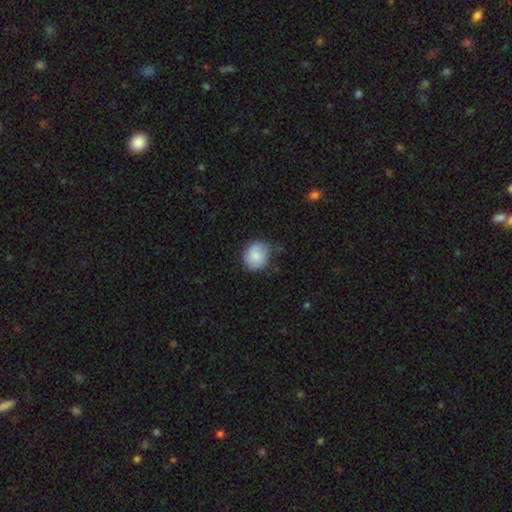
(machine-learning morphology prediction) Smooth or featured?
  - smooth: 81% *
  - featured or disk: 12%
  - star or artifact: 7%
How rounded?
  - round: 67% *
  - in between: 32%
  - cigar-shaped: 1%
Merging?
  - none: 66% *
  - minor disturbance: 26%
  - major disturbance: 5%
  - merger: 2%